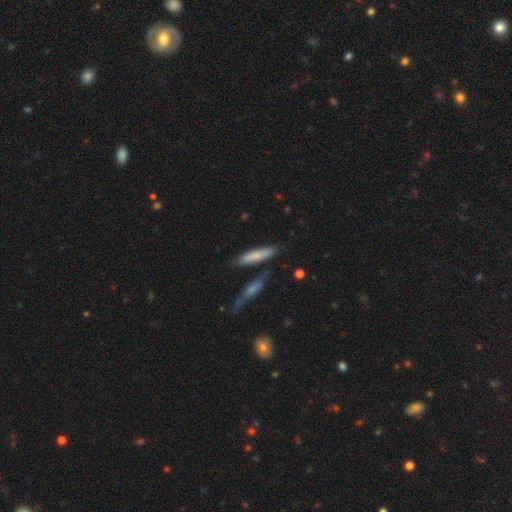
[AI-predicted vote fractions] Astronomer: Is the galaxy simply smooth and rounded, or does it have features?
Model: smooth — 72%.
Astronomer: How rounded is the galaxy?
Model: cigar-shaped — 77%.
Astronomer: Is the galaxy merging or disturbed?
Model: none — 72%.